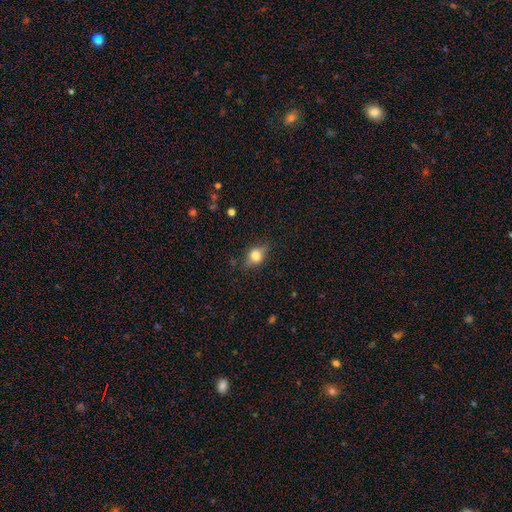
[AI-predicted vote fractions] Q: Smooth or featured?
A: smooth (65%); runner-up: featured or disk (25%)
Q: How rounded?
A: in between (56%); runner-up: round (40%)
Q: Merging?
A: none (76%); runner-up: minor disturbance (18%)